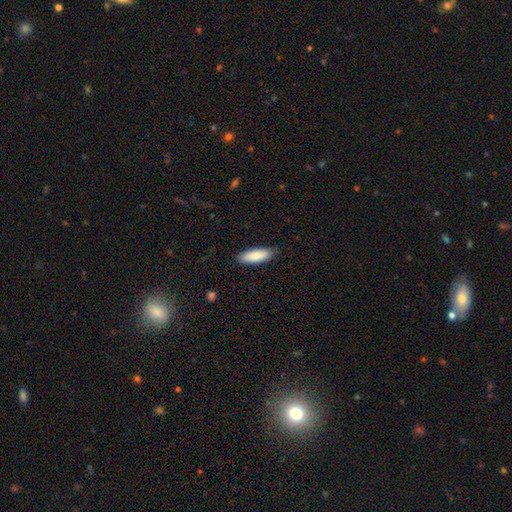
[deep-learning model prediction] A smooth galaxy with no disk features (83%) that is in between round and cigar-shaped (61%). Merging: none (87%).